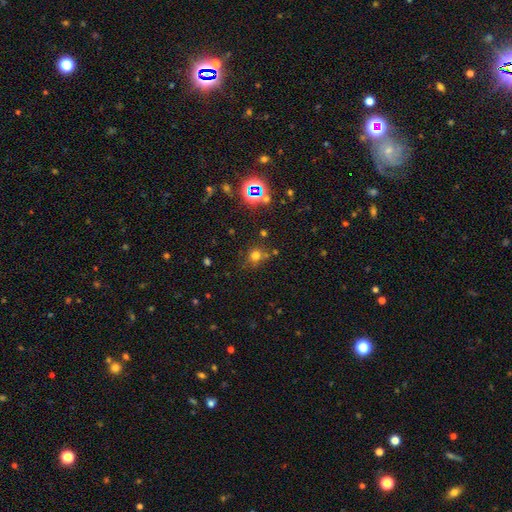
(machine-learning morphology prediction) This appears to be a smooth galaxy with no disk features (66%) that is round (84%). Merging: none (71%).